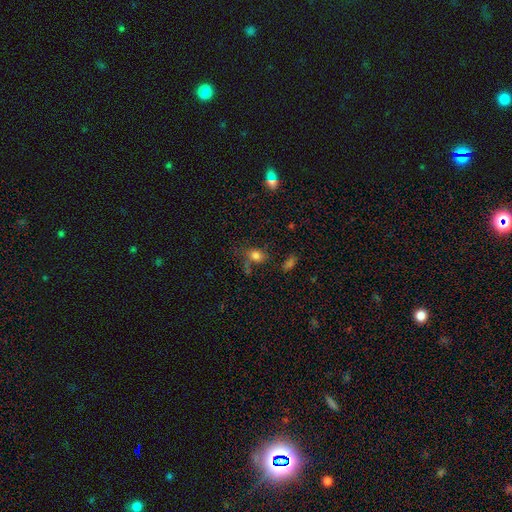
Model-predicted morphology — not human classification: Smooth or featured? Predicted: smooth (p=0.78). How rounded? Predicted: in between (p=0.60). Merging? Predicted: none (p=0.59).